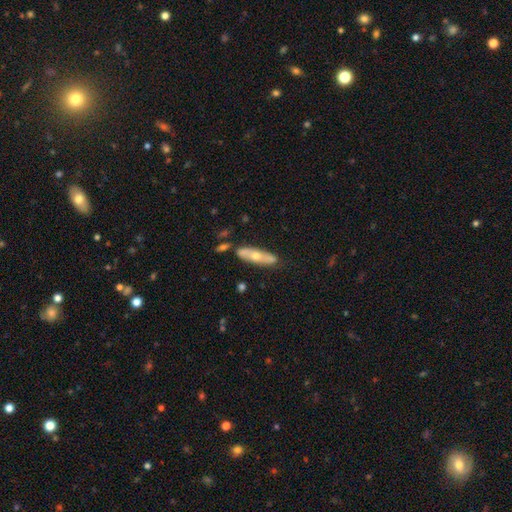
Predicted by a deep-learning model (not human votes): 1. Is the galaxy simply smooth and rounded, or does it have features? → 51% featured or disk, 43% smooth, 7% star or artifact.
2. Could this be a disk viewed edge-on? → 54% no, 46% yes.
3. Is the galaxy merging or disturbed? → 74% none, 15% minor disturbance, 7% merger, 4% major disturbance.